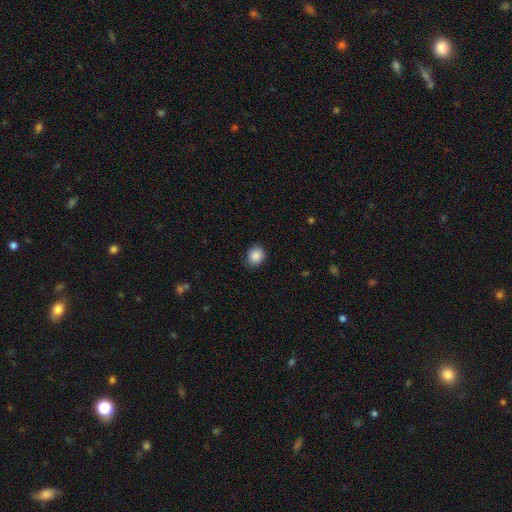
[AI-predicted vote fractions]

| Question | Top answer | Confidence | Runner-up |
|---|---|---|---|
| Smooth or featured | smooth | 88% | star or artifact (9%) |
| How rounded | round | 70% | in between (29%) |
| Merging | none | 80% | minor disturbance (16%) |